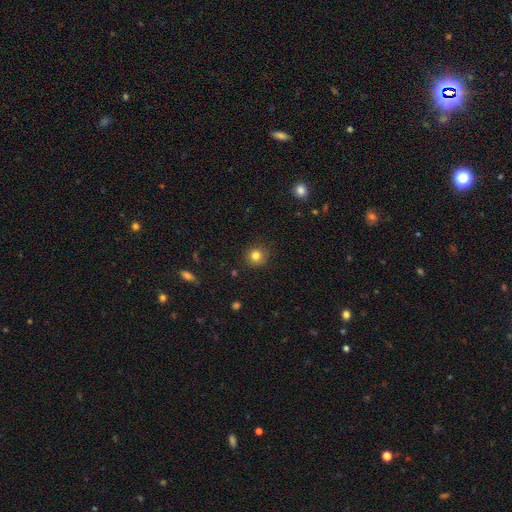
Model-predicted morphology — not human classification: Overall: smooth (83%). How rounded: round (92%). Merging: none (89%).